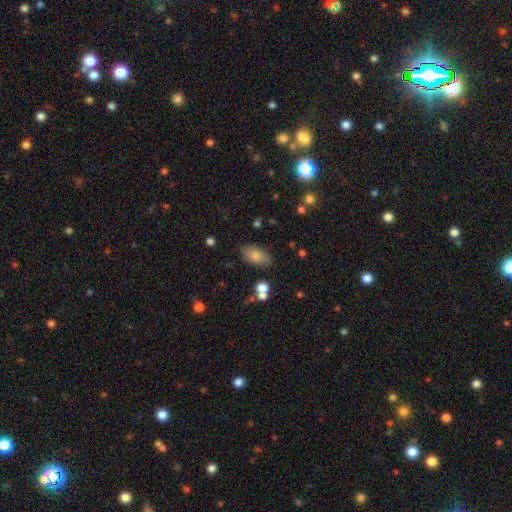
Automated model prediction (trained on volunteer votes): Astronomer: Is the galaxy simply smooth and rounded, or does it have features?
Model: smooth — 79%.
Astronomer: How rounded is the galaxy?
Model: in between — 92%.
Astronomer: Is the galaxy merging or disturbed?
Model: none — 80%.